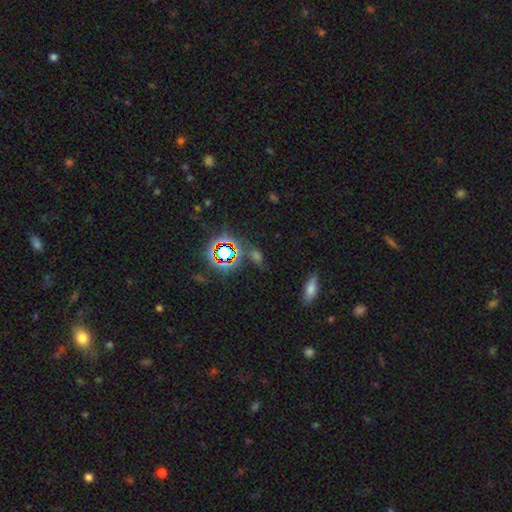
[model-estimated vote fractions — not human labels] Smooth or featured?
  - star or artifact: 57% *
  - smooth: 31%
  - featured or disk: 12%